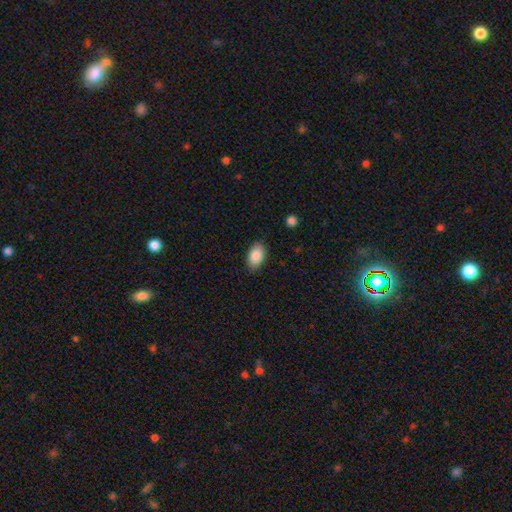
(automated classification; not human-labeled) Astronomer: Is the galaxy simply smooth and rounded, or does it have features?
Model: smooth — 87%.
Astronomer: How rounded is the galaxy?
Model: in between — 91%.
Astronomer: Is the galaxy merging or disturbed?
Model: none — 85%.